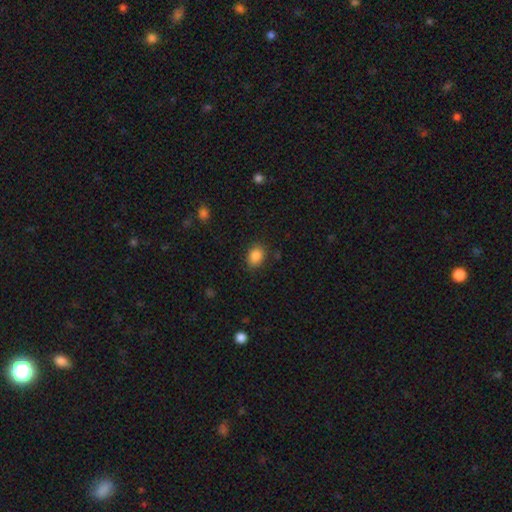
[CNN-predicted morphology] type=smooth (86%); roundness=in between (55%); merging=none (86%).